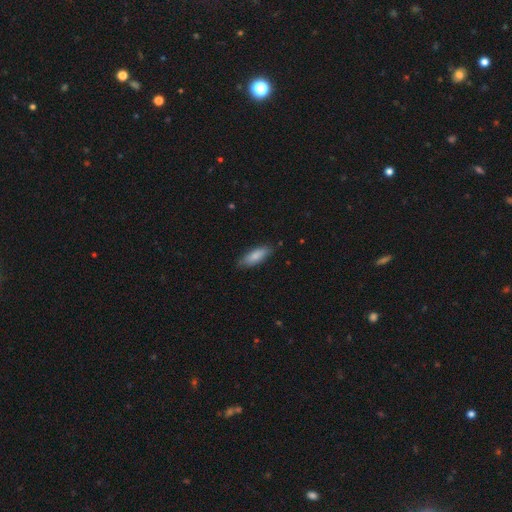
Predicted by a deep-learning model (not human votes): A smooth galaxy with no disk features (83%) that is in between round and cigar-shaped (61%).

Vote fractions:
- Smooth or featured? smooth: 83% / featured or disk: 12% / star or artifact: 6%
- How rounded? in between: 61% / cigar-shaped: 37% / round: 2%
- Merging? none: 84% / minor disturbance: 13% / major disturbance: 2% / merger: 1%